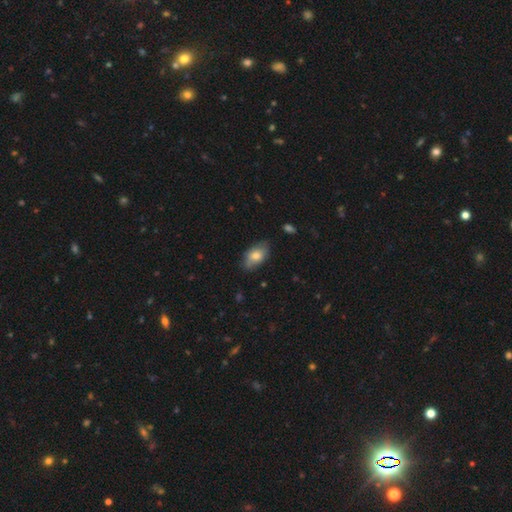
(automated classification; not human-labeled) This is likely a smooth galaxy (73%). How rounded: clearly in between (91%). Merging: likely none (74%).